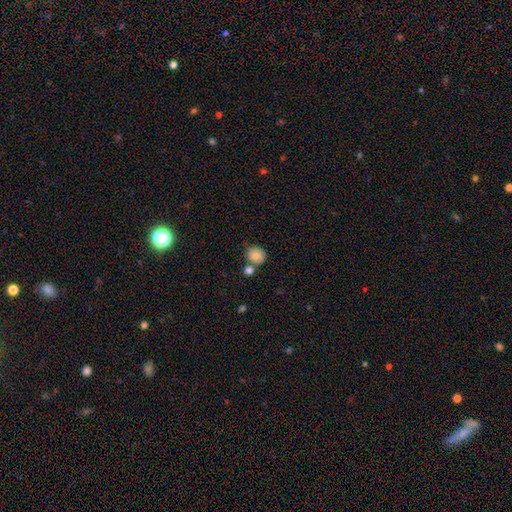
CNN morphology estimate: smooth-or-featured: smooth: 84% | star or artifact: 9% | featured or disk: 7%
  how-rounded: round: 80% | in between: 19% | cigar-shaped: 1%
  merging: none: 61% | merger: 25% | minor disturbance: 11% | major disturbance: 3%